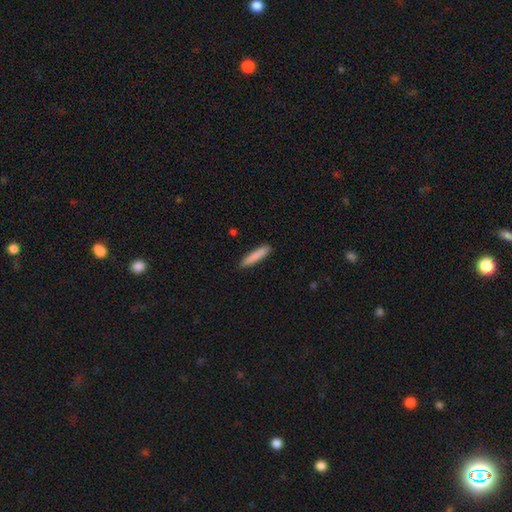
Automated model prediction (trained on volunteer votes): This is clearly a smooth galaxy (85%). How rounded: clearly cigar-shaped (89%). Merging: clearly none (89%).